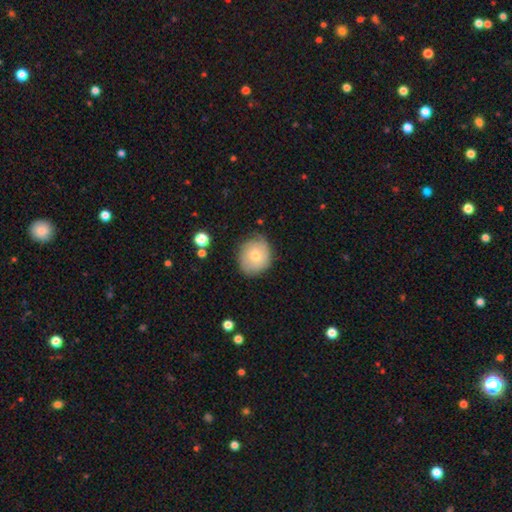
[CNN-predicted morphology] type=smooth (60%); roundness=round (74%); merging=none (70%).